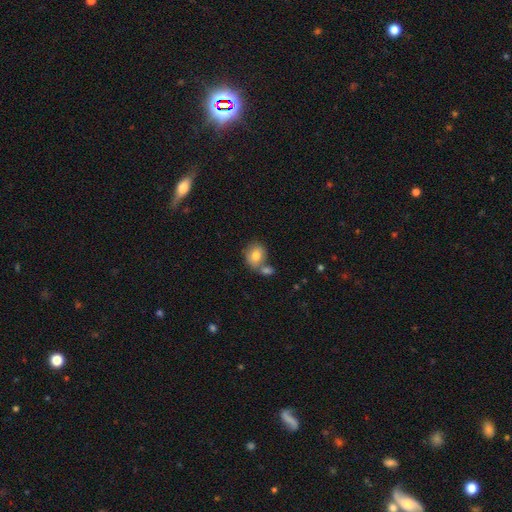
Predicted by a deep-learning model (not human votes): Morphology: type=smooth (80%); roundness=round (50%); merging=none (46%).